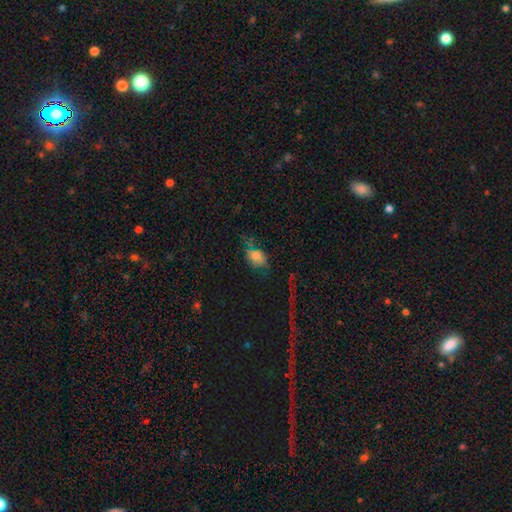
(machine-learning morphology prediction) This appears to be a smooth galaxy with no disk features (59%) that is in between round and cigar-shaped (77%). Merging: none (47%).